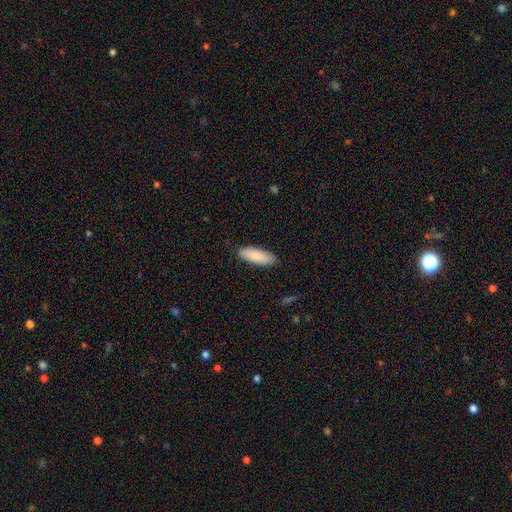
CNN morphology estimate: Q: Smooth or featured?
A: smooth (88%); runner-up: featured or disk (7%)
Q: How rounded?
A: in between (61%); runner-up: cigar-shaped (37%)
Q: Merging?
A: none (88%); runner-up: minor disturbance (9%)